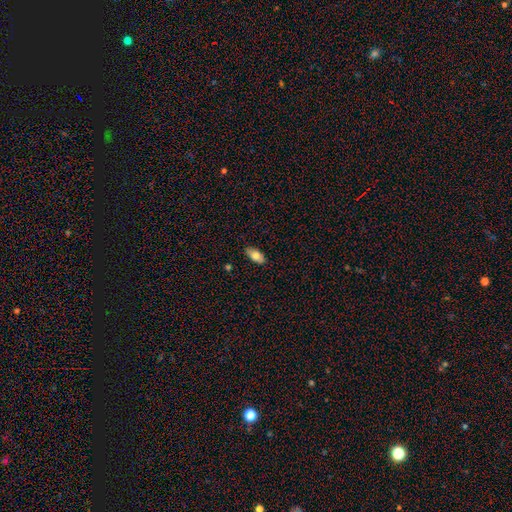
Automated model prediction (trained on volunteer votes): smooth-or-featured: smooth: 77% | featured or disk: 17% | star or artifact: 7%
  how-rounded: in between: 90% | cigar-shaped: 7% | round: 3%
  merging: none: 86% | minor disturbance: 11% | major disturbance: 2% | merger: 1%